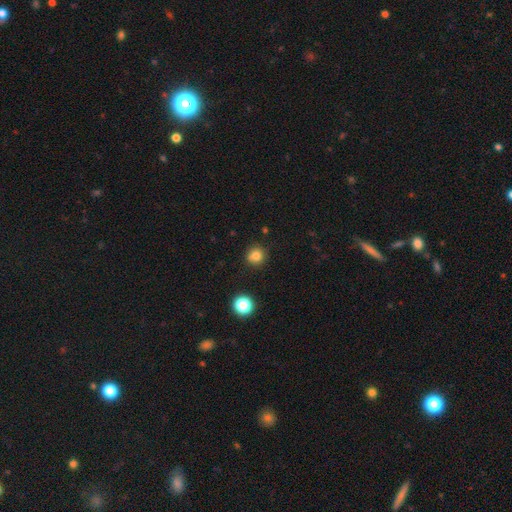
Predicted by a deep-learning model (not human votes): The model was most divided on "merging": none: 76%, minor disturbance: 12%, merger: 9%, major disturbance: 3%. More confident: how rounded — round (90%); smooth or featured — smooth (79%).